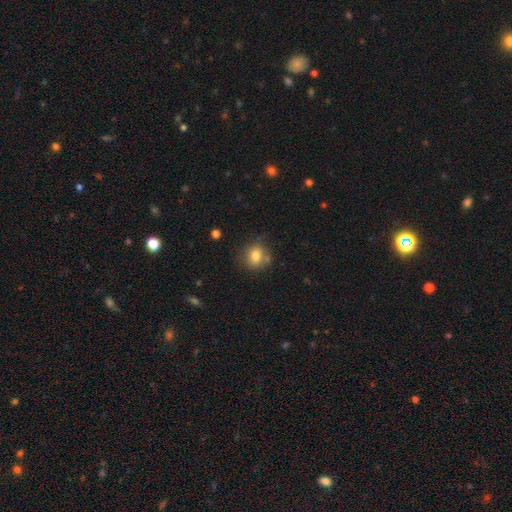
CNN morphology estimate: Smooth or featured: smooth — 79% (star or artifact — 11%)
How rounded: round — 69% (in between — 30%)
Merging: none — 70% (minor disturbance — 16%)